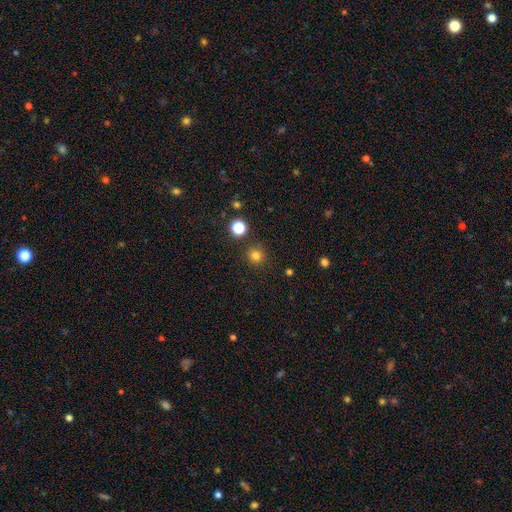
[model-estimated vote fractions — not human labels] Smooth or featured? Predicted: smooth (p=0.80). How rounded? Predicted: round (p=0.94). Merging? Predicted: none (p=0.88).